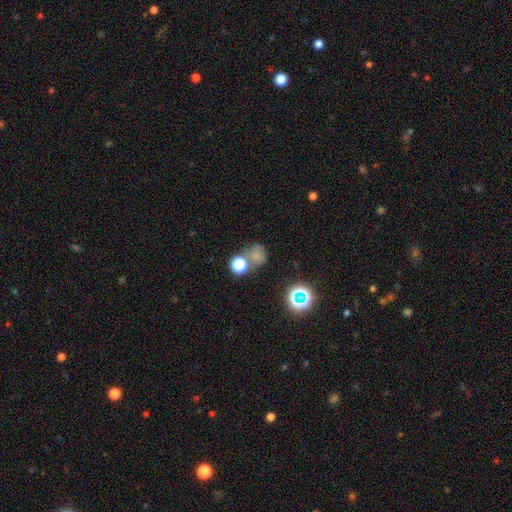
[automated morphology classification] smooth_or_featured: smooth (p=0.64) [alt: star or artifact p=0.26]
how_rounded: round (p=0.79) [alt: in between p=0.20]
merging: none (p=0.51) [alt: merger p=0.27]